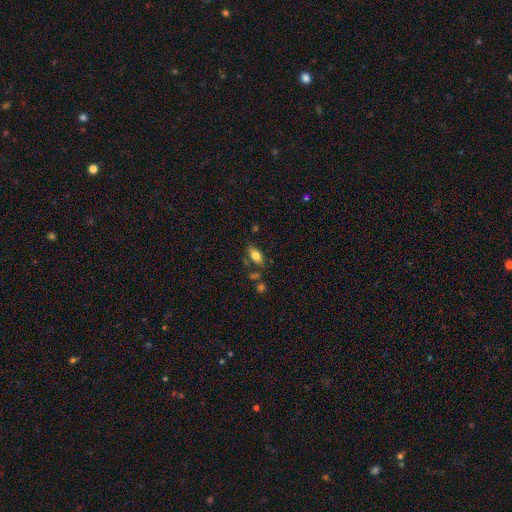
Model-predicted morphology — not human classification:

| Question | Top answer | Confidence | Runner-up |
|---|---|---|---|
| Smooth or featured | smooth | 73% | featured or disk (19%) |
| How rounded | in between | 85% | cigar-shaped (10%) |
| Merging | none | 70% | minor disturbance (17%) |